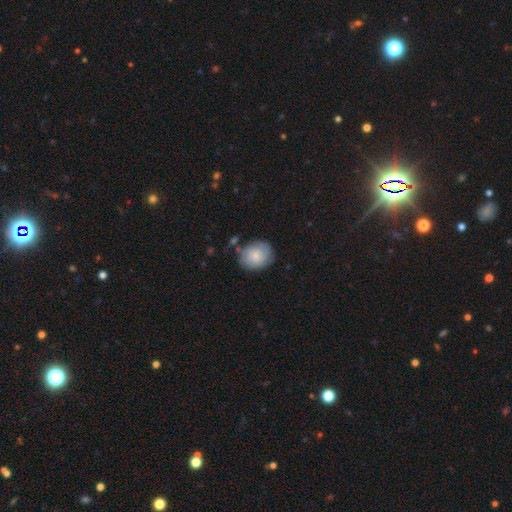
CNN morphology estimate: Smooth or featured?
  - smooth: 71% *
  - featured or disk: 22%
  - star or artifact: 7%
How rounded?
  - round: 62% *
  - in between: 37%
  - cigar-shaped: 1%
Merging?
  - none: 69% *
  - minor disturbance: 20%
  - major disturbance: 6%
  - merger: 5%